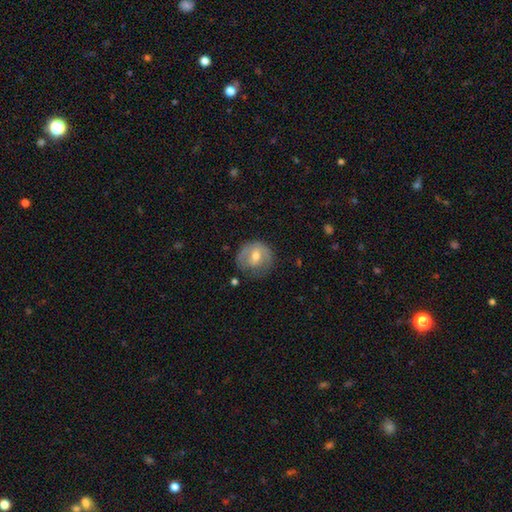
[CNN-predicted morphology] Smooth or featured?
  - smooth: 47% *
  - featured or disk: 45%
  - star or artifact: 8%
Merging?
  - none: 67% *
  - minor disturbance: 22%
  - major disturbance: 9%
  - merger: 2%